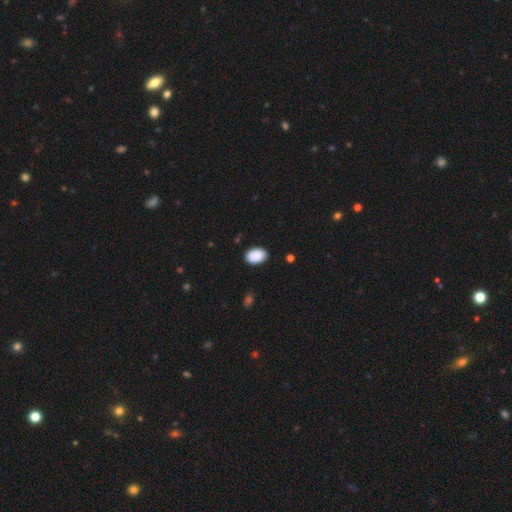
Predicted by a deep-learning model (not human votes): smooth_or_featured: smooth (p=0.90) [alt: star or artifact p=0.07]
how_rounded: in between (p=0.86) [alt: round p=0.13]
merging: none (p=0.87) [alt: minor disturbance p=0.10]